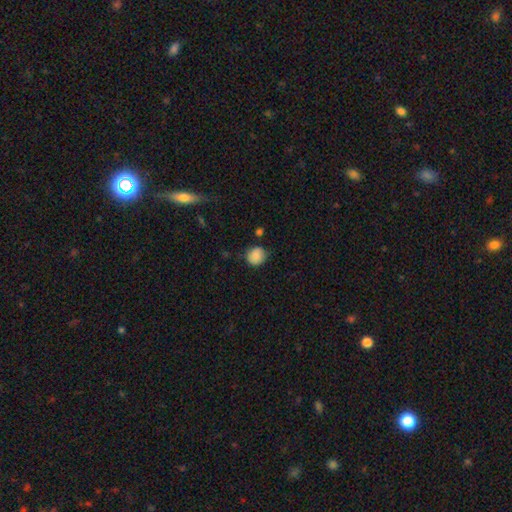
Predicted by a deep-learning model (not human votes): The model was most divided on "merging": none: 69%, minor disturbance: 23%, major disturbance: 5%, merger: 3%. More confident: smooth or featured — smooth (84%); how rounded — round (76%).